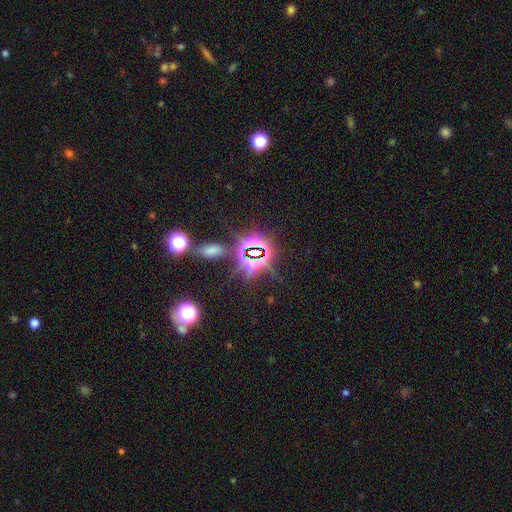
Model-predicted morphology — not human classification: Overall: star or artifact (80%).